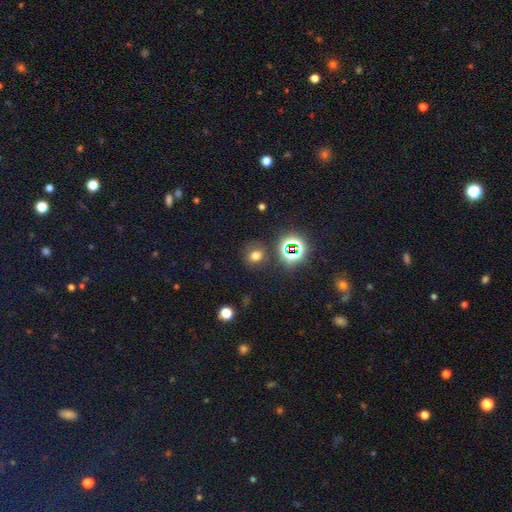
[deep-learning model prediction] This is likely a smooth galaxy (64%). How rounded: likely round (61%). Merging: likely none (78%).